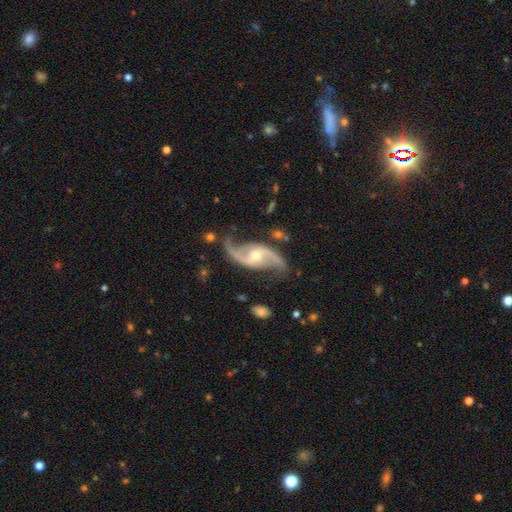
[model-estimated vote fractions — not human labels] smooth-or-featured: featured or disk: 92% | star or artifact: 5% | smooth: 4%
  disk-edge-on: no: 97% | yes: 3%
    bar: no: 52% | weak: 33% | strong: 15%
    has-spiral-arms: yes: 98% | no: 2%
      spiral-winding: loose: 59% | medium: 33% | tight: 8%
      spiral-arm-count: 2: 94% | can't tell: 2% | 1: 1% | 3: 1% | 4: 1% | more than 4: 1%
    bulge-size: moderate: 56% | small: 39% | large: 2% | none: 1% | dominant: 1%
  merging: none: 75% | minor disturbance: 16% | major disturbance: 7% | merger: 3%